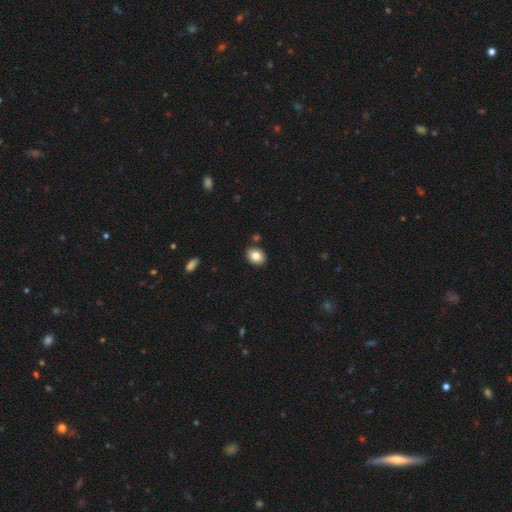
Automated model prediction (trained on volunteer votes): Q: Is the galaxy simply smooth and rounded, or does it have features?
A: smooth — 82%.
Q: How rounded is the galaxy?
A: in between — 61%.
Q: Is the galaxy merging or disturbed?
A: none — 84%.